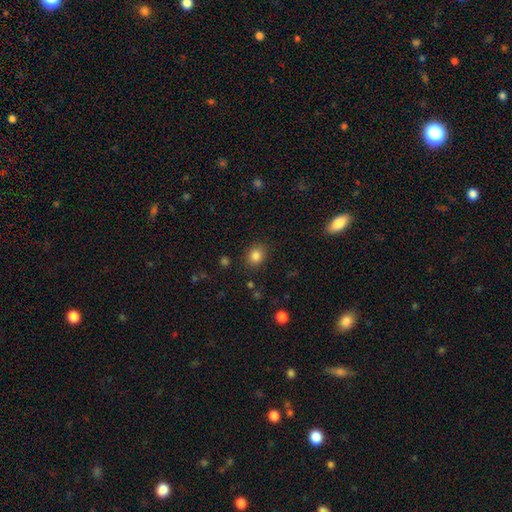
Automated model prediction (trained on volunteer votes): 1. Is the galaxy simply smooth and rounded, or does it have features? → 84% smooth, 11% star or artifact, 5% featured or disk.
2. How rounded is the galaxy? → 64% round, 35% in between, 1% cigar-shaped.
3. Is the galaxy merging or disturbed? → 86% none, 9% minor disturbance, 3% major disturbance, 2% merger.